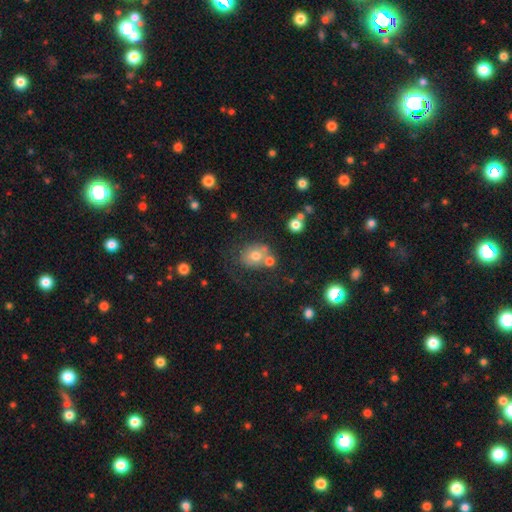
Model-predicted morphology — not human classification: A smooth galaxy with no disk features (67%) that is round (67%). Merging: none (44%).